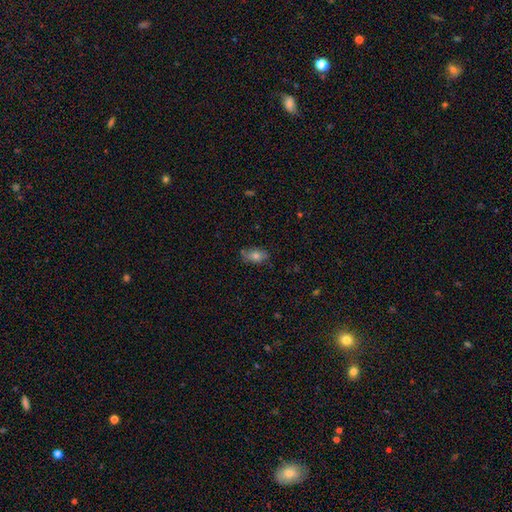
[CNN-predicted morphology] Smooth or featured? smooth (75%)
How rounded? in between (85%)
Merging? none (74%)